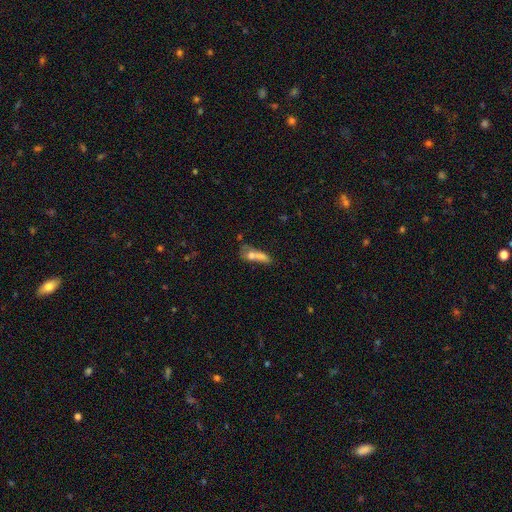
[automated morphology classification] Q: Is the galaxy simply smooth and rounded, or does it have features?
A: smooth — 63%.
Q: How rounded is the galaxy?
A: in between — 54%.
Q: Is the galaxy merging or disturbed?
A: merger — 55%.